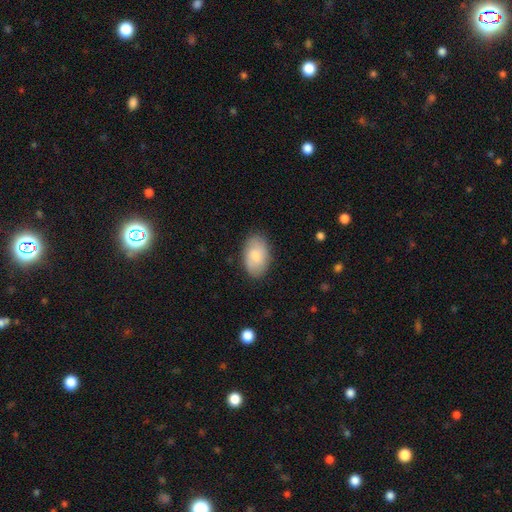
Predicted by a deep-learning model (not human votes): Smooth or featured: smooth — 70% (featured or disk — 23%)
How rounded: in between — 92% (round — 7%)
Merging: none — 83% (minor disturbance — 13%)